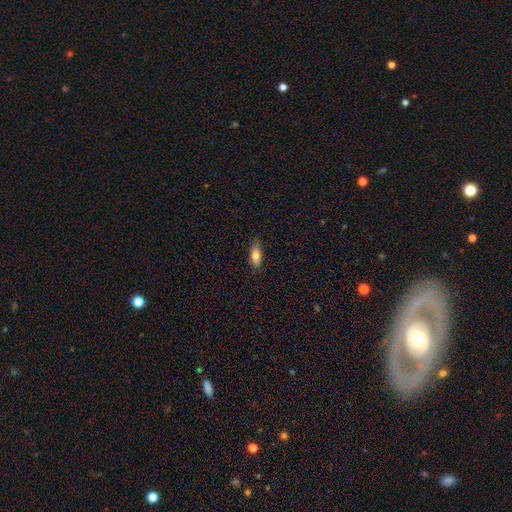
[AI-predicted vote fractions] smooth 78%, featured or disk 15%, star or artifact 7%. Down the decision tree: how rounded — in between (78%); merging — none (78%).